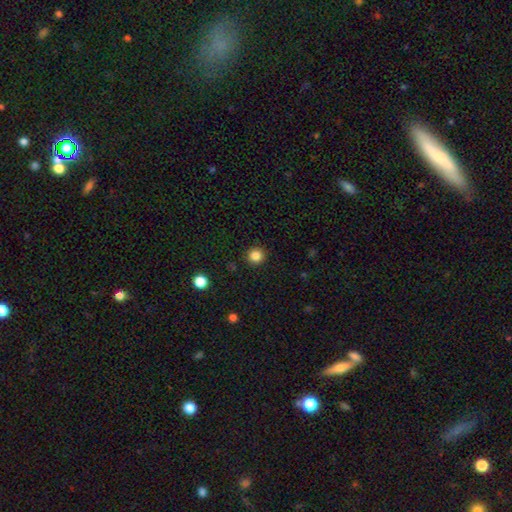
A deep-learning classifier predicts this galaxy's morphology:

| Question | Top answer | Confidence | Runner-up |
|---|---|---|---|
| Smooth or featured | smooth | 85% | star or artifact (12%) |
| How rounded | round | 94% | in between (5%) |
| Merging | none | 92% | minor disturbance (5%) |